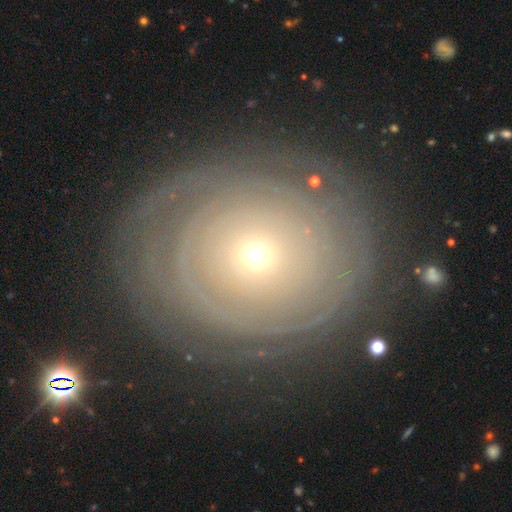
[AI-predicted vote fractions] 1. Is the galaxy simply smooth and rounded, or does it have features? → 69% featured or disk, 22% smooth, 9% star or artifact.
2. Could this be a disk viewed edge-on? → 96% no, 4% yes.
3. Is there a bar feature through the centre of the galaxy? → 89% no, 8% weak, 3% strong.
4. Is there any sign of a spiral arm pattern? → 72% yes, 28% no.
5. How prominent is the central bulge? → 76% small, 19% moderate, 2% large, 1% dominant, 1% none.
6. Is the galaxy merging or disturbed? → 81% none, 12% minor disturbance, 6% major disturbance, 1% merger.